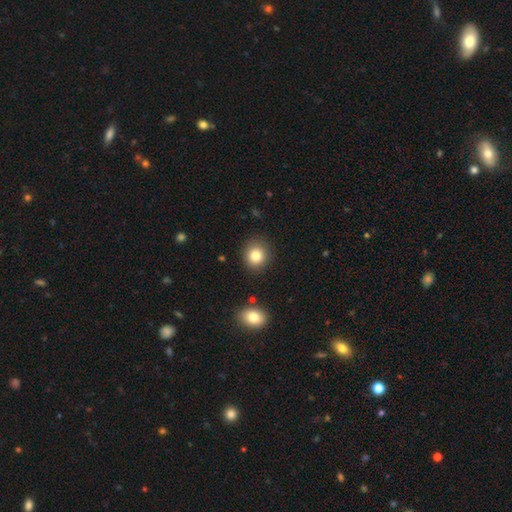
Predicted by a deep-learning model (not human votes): smooth_or_featured: smooth (p=0.82) [alt: star or artifact p=0.10]
how_rounded: round (p=0.82) [alt: in between p=0.17]
merging: none (p=0.86) [alt: minor disturbance p=0.08]